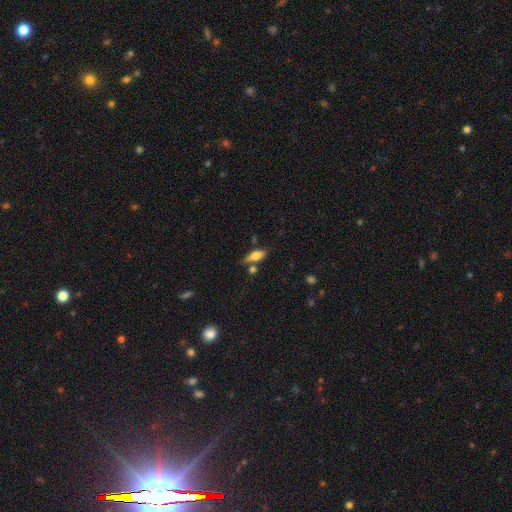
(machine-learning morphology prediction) Smooth or featured? smooth (60%)
How rounded? in between (61%)
Merging? none (66%)